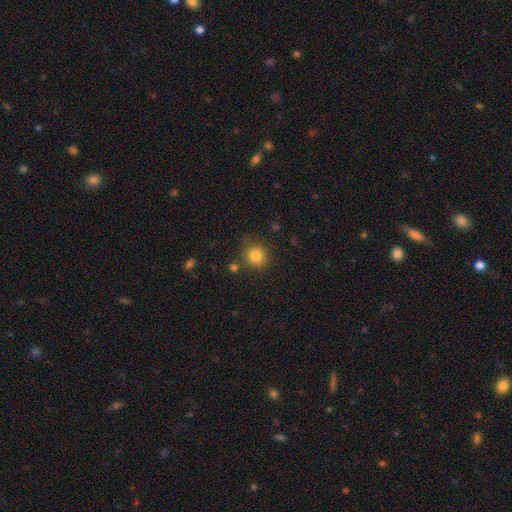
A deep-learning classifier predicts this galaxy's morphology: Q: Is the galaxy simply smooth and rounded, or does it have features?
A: smooth — 82%.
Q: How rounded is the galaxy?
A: round — 91%.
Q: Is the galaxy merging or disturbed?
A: none — 83%.